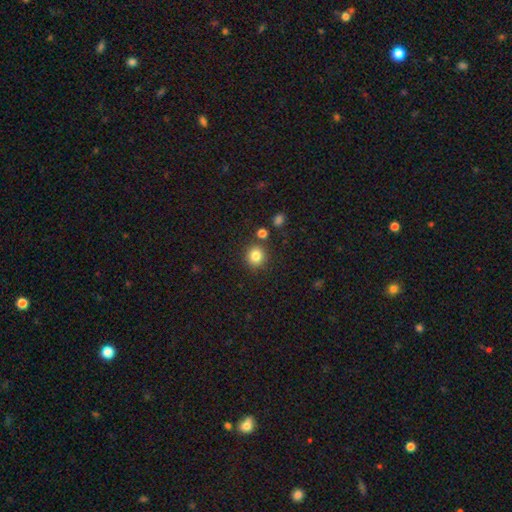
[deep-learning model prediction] A smooth galaxy with no disk features (83%) that is round (88%).

Vote fractions:
- Smooth or featured? smooth: 83% / star or artifact: 11% / featured or disk: 6%
- How rounded? round: 88% / in between: 11% / cigar-shaped: 1%
- Merging? none: 84% / minor disturbance: 8% / merger: 6% / major disturbance: 3%